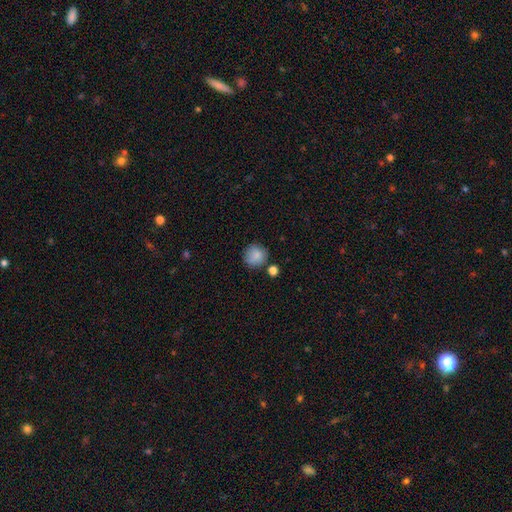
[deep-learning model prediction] This is clearly a smooth galaxy (86%). How rounded: clearly round (89%). Merging: likely none (75%).